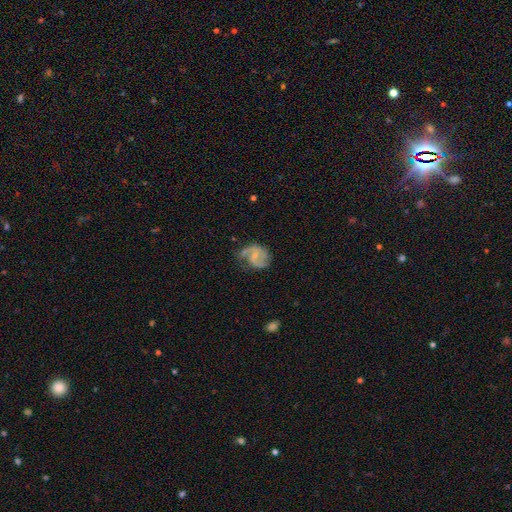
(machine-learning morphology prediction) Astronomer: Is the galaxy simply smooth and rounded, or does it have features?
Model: featured or disk — 80%.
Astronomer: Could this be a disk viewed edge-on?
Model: no — 98%.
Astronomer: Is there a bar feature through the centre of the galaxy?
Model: no — 50% (runner-up: weak, 42%).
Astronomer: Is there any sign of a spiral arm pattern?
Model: yes — 94%.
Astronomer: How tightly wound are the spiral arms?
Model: medium — 51% (runner-up: loose, 29%).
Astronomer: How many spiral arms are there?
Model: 2 — 78%.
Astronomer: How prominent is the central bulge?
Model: small — 62%.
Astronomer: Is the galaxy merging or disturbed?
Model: none — 56%.